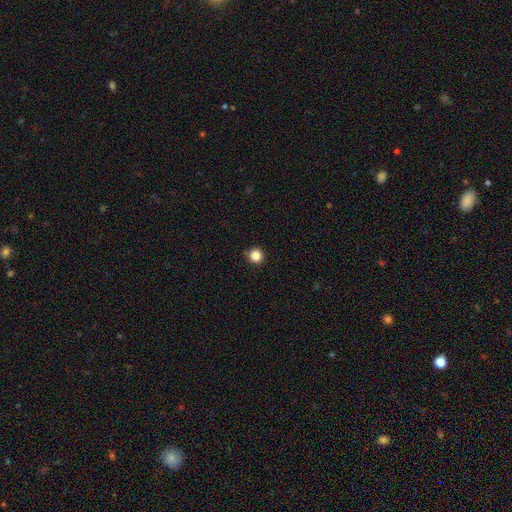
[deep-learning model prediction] smooth_or_featured: smooth (p=0.86) [alt: star or artifact p=0.11]
how_rounded: round (p=0.96) [alt: in between p=0.03]
merging: none (p=0.93) [alt: minor disturbance p=0.05]